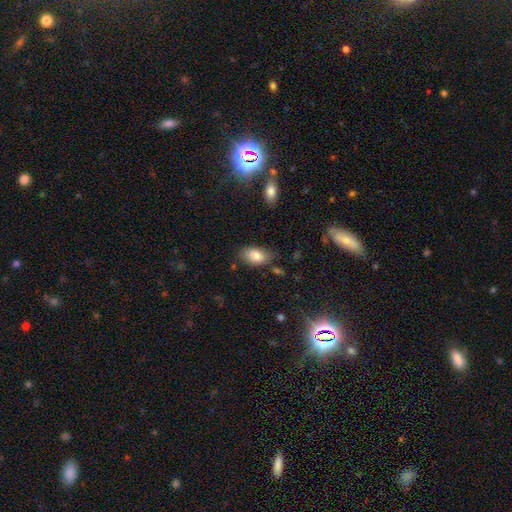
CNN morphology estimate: smooth_or_featured: smooth (p=0.82) [alt: featured or disk p=0.11]
how_rounded: in between (p=0.92) [alt: round p=0.06]
merging: none (p=0.74) [alt: minor disturbance p=0.19]